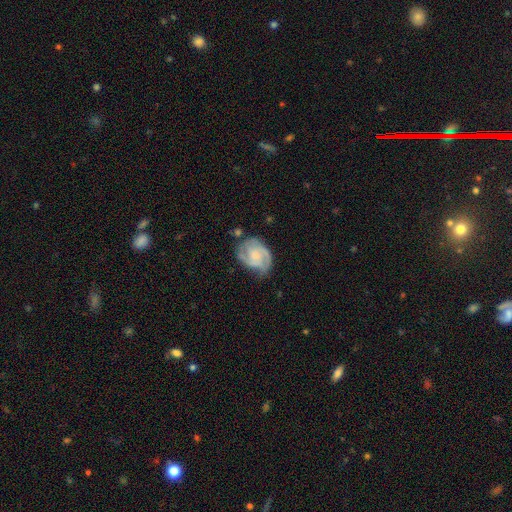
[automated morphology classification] The model was most divided on "spiral winding": tight: 46%, medium: 42%, loose: 13%. Remaining: edge-on disk — no (98%); spiral arms — yes (93%); smooth or featured — featured or disk (74%); bar — no (64%); merging — none (58%); spiral arm count — 2 (45%); bulge size — none (39%).